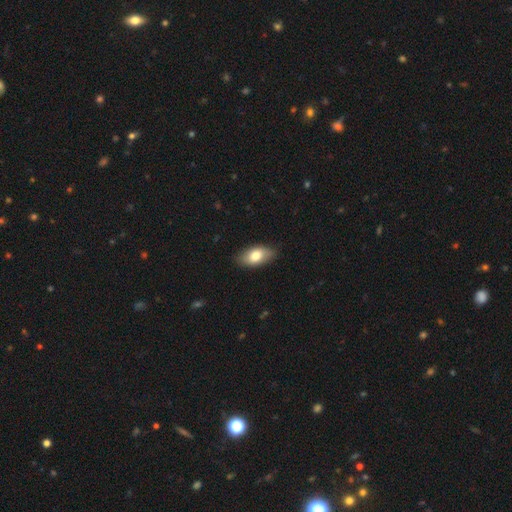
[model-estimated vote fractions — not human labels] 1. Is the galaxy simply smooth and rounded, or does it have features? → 77% smooth, 17% featured or disk, 6% star or artifact.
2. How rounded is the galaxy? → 92% in between, 4% cigar-shaped, 4% round.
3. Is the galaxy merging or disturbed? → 84% none, 13% minor disturbance, 2% major disturbance, 1% merger.